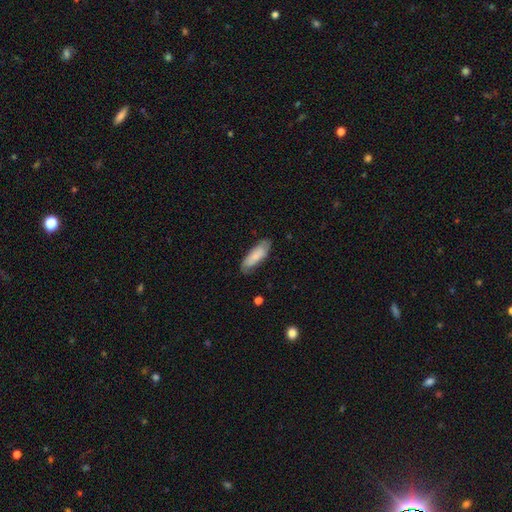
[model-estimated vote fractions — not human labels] Smooth or featured: smooth — 76% (featured or disk — 19%)
How rounded: in between — 58% (cigar-shaped — 40%)
Merging: none — 71% (minor disturbance — 22%)